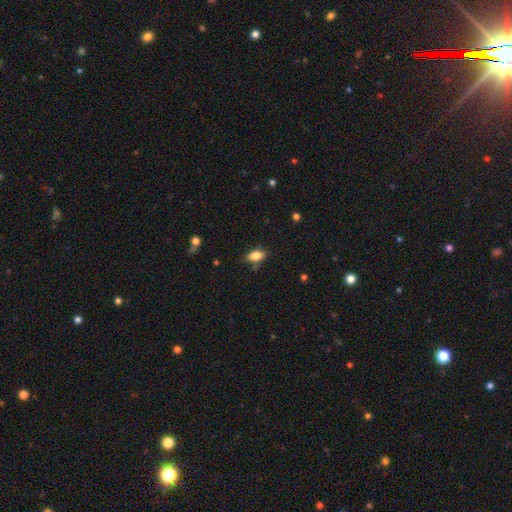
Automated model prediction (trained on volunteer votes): Q: Smooth or featured?
A: smooth (82%); runner-up: featured or disk (10%)
Q: How rounded?
A: in between (88%); runner-up: round (7%)
Q: Merging?
A: none (79%); runner-up: minor disturbance (15%)